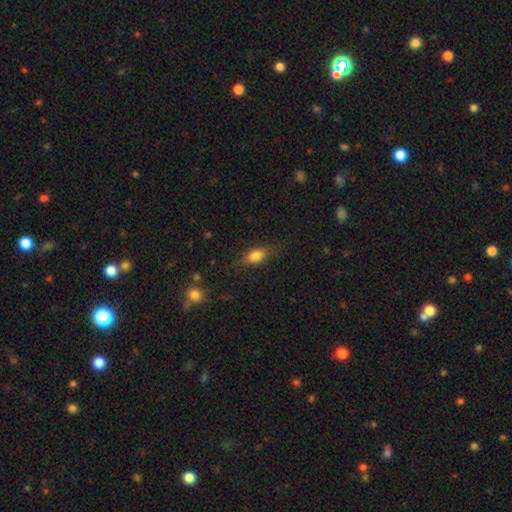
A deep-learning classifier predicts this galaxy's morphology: Smooth or featured?
  - smooth: 76% *
  - featured or disk: 14%
  - star or artifact: 10%
How rounded?
  - in between: 78% *
  - cigar-shaped: 15%
  - round: 8%
Merging?
  - none: 74% *
  - minor disturbance: 18%
  - major disturbance: 6%
  - merger: 2%